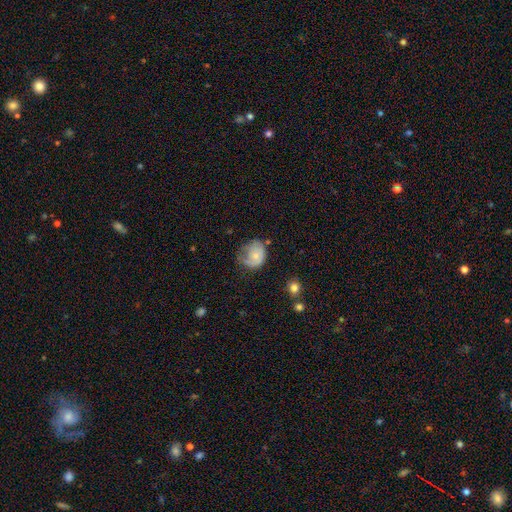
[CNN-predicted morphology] A smooth galaxy with no disk features (56%) that is round (59%). Merging: none (35%).